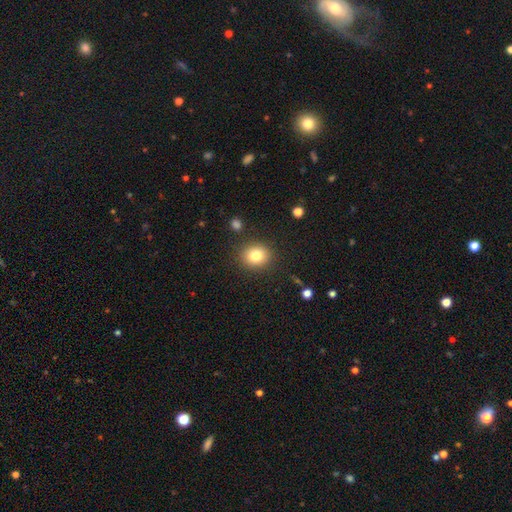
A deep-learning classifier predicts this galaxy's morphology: A smooth galaxy with no disk features (81%) that is round (74%). Merging: none (88%).